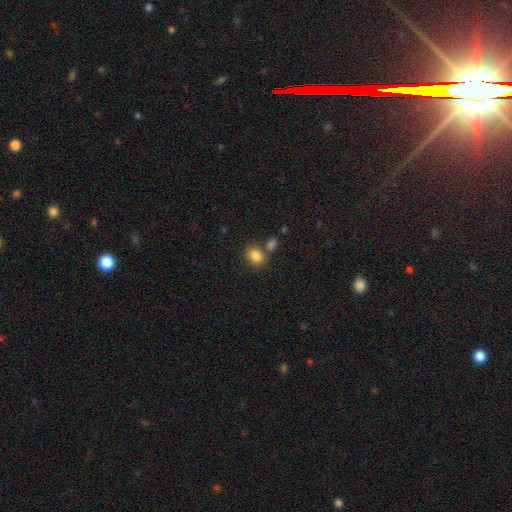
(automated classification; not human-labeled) Morphology: type=smooth (83%); roundness=round (53%); merging=none (66%).